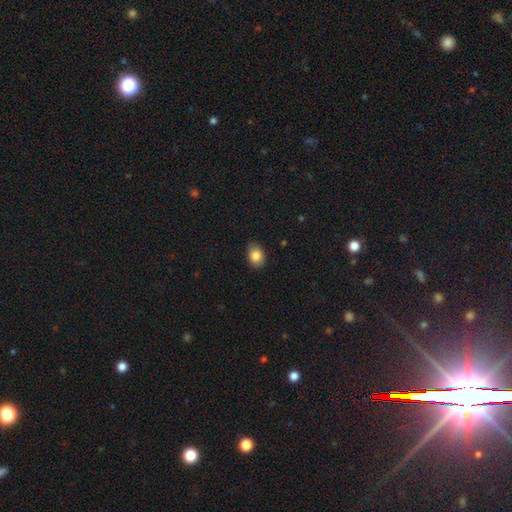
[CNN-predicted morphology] Smooth or featured? Predicted: smooth (p=0.85). How rounded? Predicted: in between (p=0.78). Merging? Predicted: none (p=0.83).